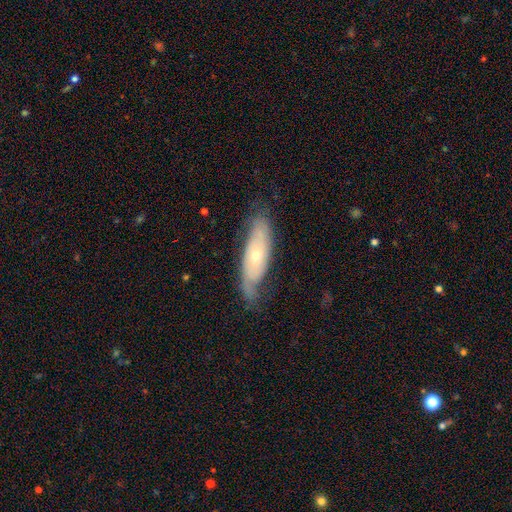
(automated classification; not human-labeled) A featured or disk galaxy (65%). Merging: none (65%).